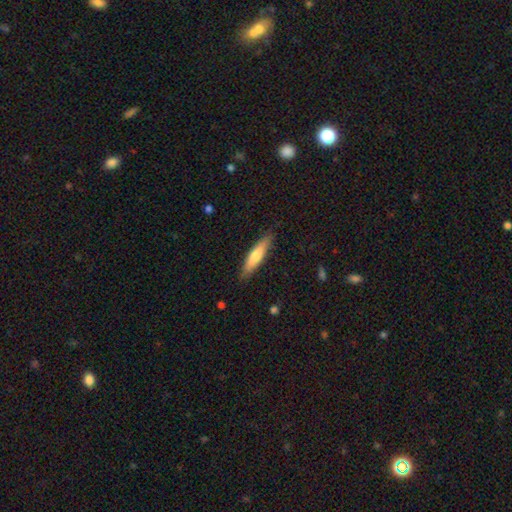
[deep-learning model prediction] A smooth galaxy with no disk features (66%) that is cigar-shaped (80%).

Vote fractions:
- Smooth or featured? smooth: 66% / featured or disk: 28% / star or artifact: 5%
- How rounded? cigar-shaped: 80% / in between: 19% / round: 1%
- Merging? none: 86% / minor disturbance: 11% / major disturbance: 2% / merger: 1%